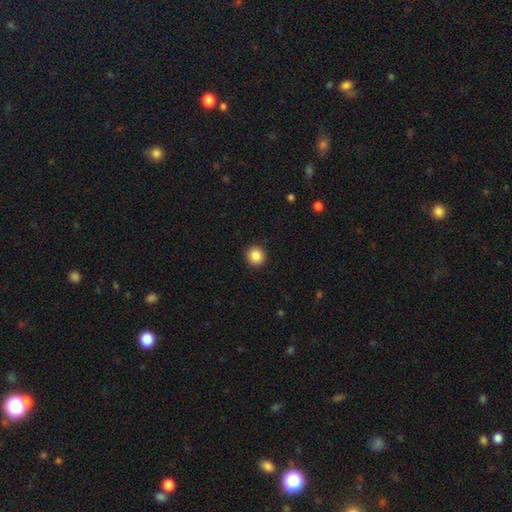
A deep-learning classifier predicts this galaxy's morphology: Smooth or featured: smooth — 86% (star or artifact — 9%)
How rounded: round — 92% (in between — 7%)
Merging: none — 93% (minor disturbance — 5%)